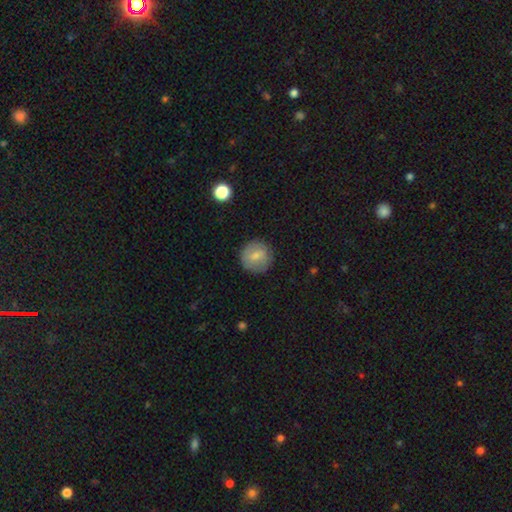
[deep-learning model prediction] smooth 72%, featured or disk 20%, star or artifact 8%. Down the decision tree: how rounded — round (93%); merging — none (85%).